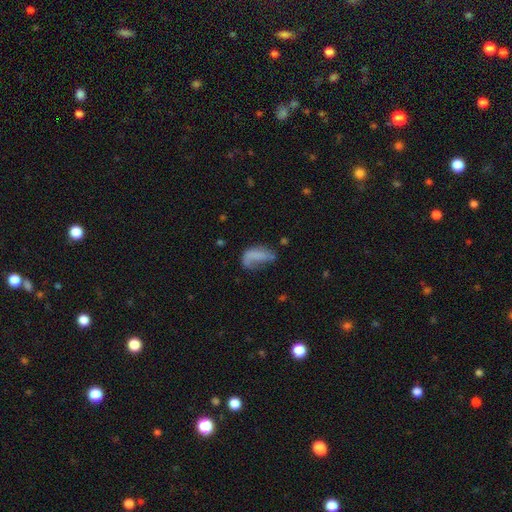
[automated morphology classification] Smooth or featured? smooth (56%)
How rounded? in between (85%)
Merging? major disturbance (41%)